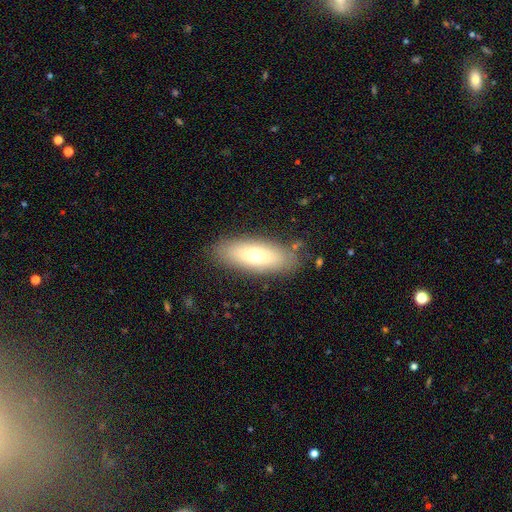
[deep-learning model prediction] The model was most divided on "smooth or featured": smooth: 62%, featured or disk: 29%, star or artifact: 8%. More confident: merging — none (82%); how rounded — in between (72%).